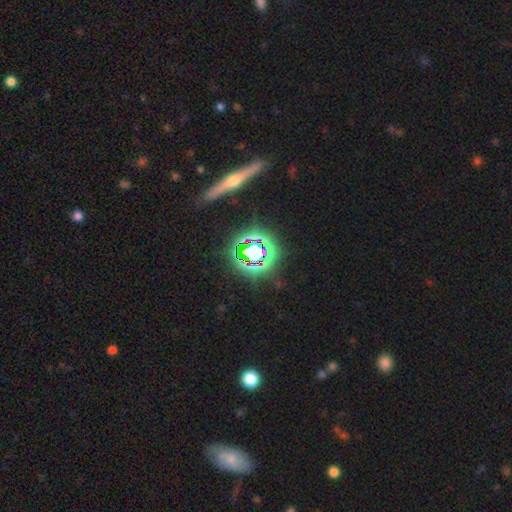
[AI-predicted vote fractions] Q: Smooth or featured?
A: star or artifact (63%); runner-up: featured or disk (20%)